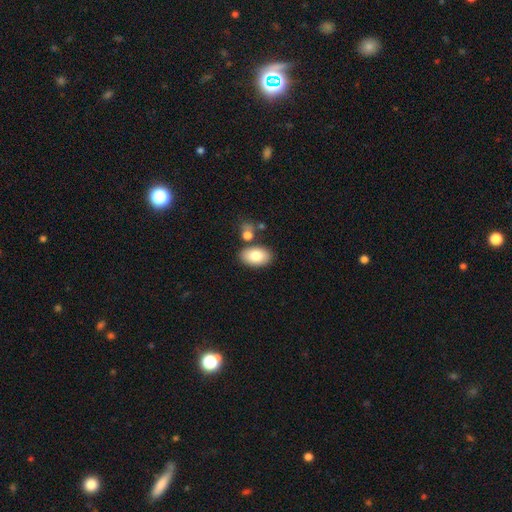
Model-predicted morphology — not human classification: Overall: smooth (81%). How rounded: in between (91%). Merging: none (76%).